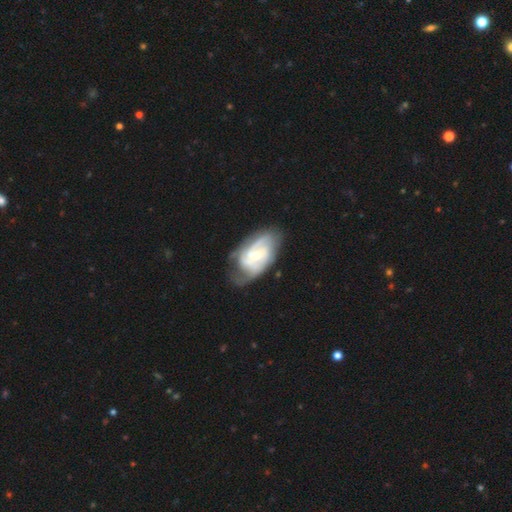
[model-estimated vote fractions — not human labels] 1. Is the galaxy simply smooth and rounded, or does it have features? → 83% featured or disk, 13% smooth, 5% star or artifact.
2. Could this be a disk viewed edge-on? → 96% no, 4% yes.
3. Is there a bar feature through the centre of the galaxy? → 52% no, 38% weak, 10% strong.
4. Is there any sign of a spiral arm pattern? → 93% yes, 7% no.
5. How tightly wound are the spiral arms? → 50% tight, 38% medium, 11% loose.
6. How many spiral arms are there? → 38% 2, 26% can't tell, 23% 3, 5% 4, 4% 1, 3% more than 4.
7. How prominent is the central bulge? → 55% moderate, 40% small, 3% large, 1% none, 1% dominant.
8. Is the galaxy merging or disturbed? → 60% none, 26% minor disturbance, 13% major disturbance, 2% merger.